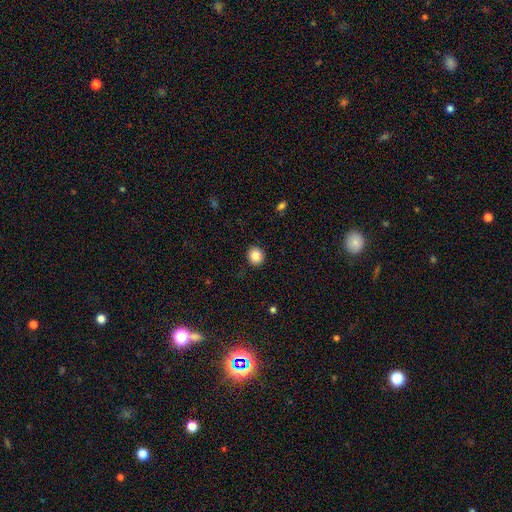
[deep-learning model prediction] This is clearly a smooth galaxy (87%). How rounded: clearly round (84%). Merging: clearly none (90%).